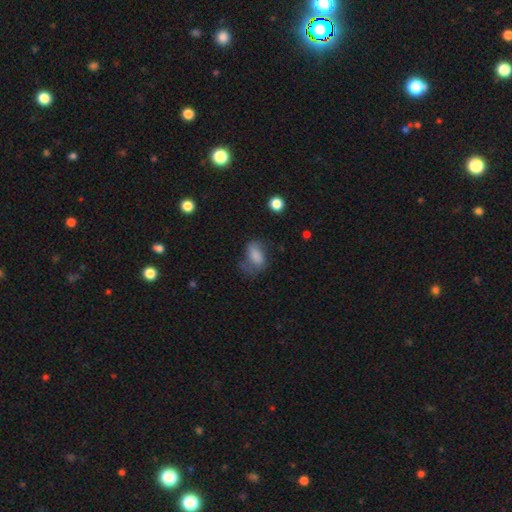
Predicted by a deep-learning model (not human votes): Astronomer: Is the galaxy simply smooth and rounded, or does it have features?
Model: smooth — 72%.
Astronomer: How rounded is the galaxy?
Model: in between — 87%.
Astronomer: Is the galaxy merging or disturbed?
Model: none — 43% (runner-up: minor disturbance, 29%).